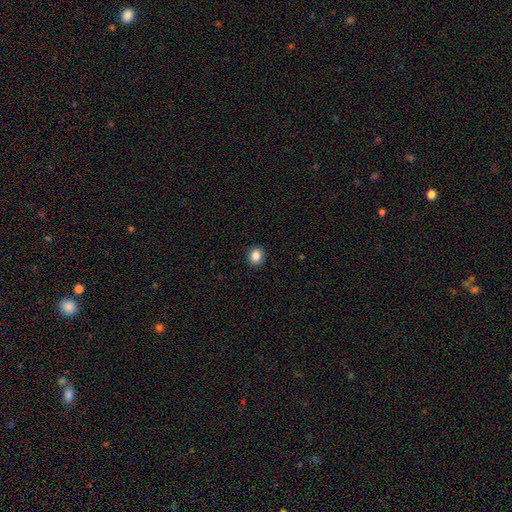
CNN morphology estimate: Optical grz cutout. It shows a smooth galaxy with no disk features (86%) that is round (65%). Merging: none (90%).